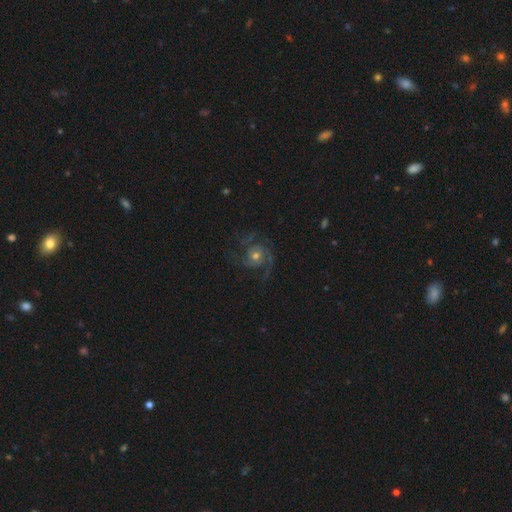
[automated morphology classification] Q: Smooth or featured?
A: featured or disk (85%); runner-up: star or artifact (8%)
Q: Edge-on disk?
A: no (98%); runner-up: yes (2%)
Q: Bar?
A: no (75%); runner-up: weak (20%)
Q: Spiral arms?
A: yes (97%); runner-up: no (3%)
Q: Spiral winding?
A: medium (52%); runner-up: tight (31%)
Q: Spiral arm count?
A: 2 (36%); runner-up: 3 (35%)
Q: Bulge size?
A: moderate (59%); runner-up: small (34%)
Q: Merging?
A: none (68%); runner-up: minor disturbance (16%)